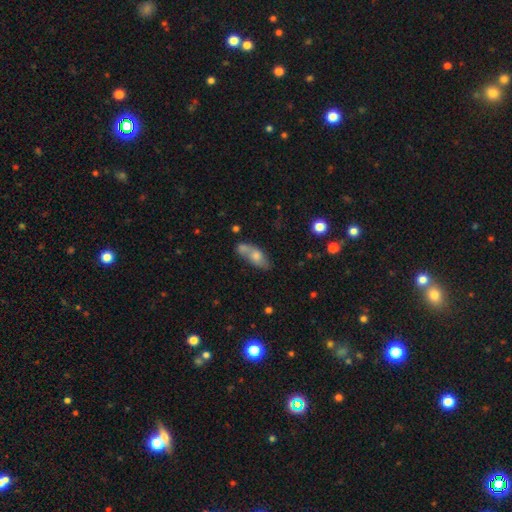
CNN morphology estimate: Smooth or featured?
  - smooth: 64% *
  - featured or disk: 27%
  - star or artifact: 8%
How rounded?
  - in between: 77% *
  - cigar-shaped: 17%
  - round: 6%
Merging?
  - none: 39% *
  - merger: 33%
  - minor disturbance: 19%
  - major disturbance: 10%